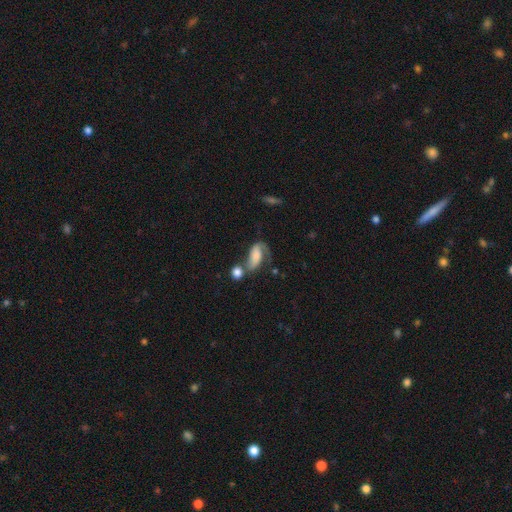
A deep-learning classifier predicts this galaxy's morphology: This appears to be a featured or disk galaxy (54%) with no bar (56%), spiral arms (84%) and no central bulge (31%). Merging: merger (32%).